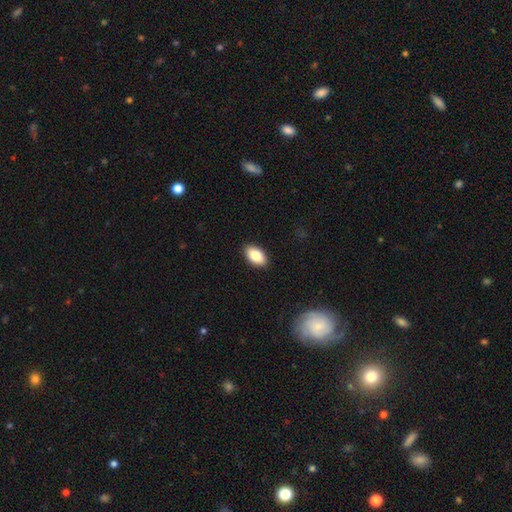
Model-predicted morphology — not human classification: This appears to be a smooth galaxy with no disk features (85%) that is in between round and cigar-shaped (94%). Merging: none (90%).